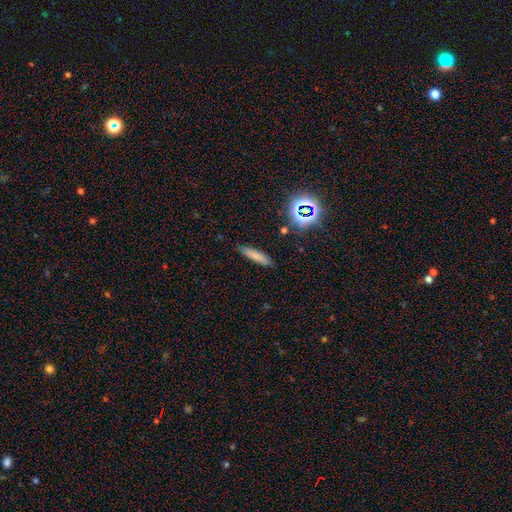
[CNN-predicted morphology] smooth-or-featured: smooth: 74% | featured or disk: 13% | star or artifact: 13%
  how-rounded: cigar-shaped: 83% | in between: 15% | round: 2%
  merging: none: 86% | minor disturbance: 10% | major disturbance: 2% | merger: 2%